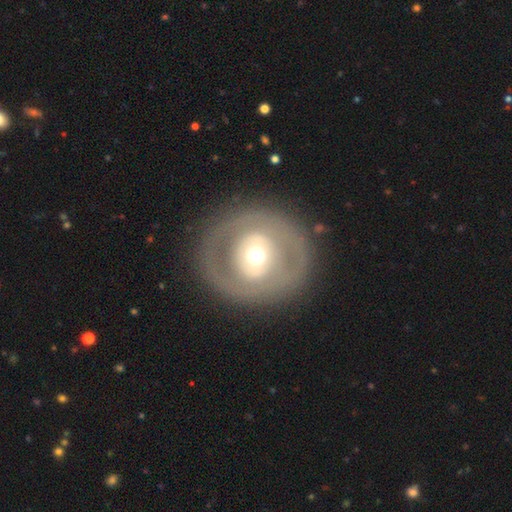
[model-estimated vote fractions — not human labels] Q: Smooth or featured?
A: featured or disk (58%); runner-up: smooth (36%)
Q: Edge-on disk?
A: no (95%); runner-up: yes (5%)
Q: Bar?
A: no (70%); runner-up: weak (19%)
Q: Spiral arms?
A: no (84%); runner-up: yes (16%)
Q: Bulge size?
A: moderate (64%); runner-up: small (20%)
Q: Merging?
A: none (82%); runner-up: minor disturbance (10%)